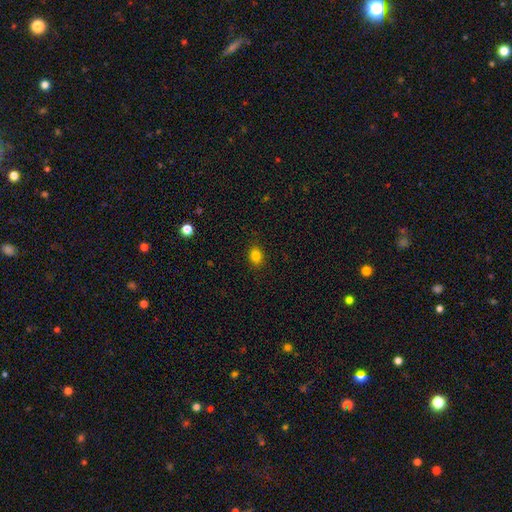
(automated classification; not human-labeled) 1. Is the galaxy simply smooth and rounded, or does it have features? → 82% smooth, 13% star or artifact, 6% featured or disk.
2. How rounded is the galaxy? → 58% in between, 41% round, 1% cigar-shaped.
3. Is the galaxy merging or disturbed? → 88% none, 9% minor disturbance, 2% major disturbance, 1% merger.